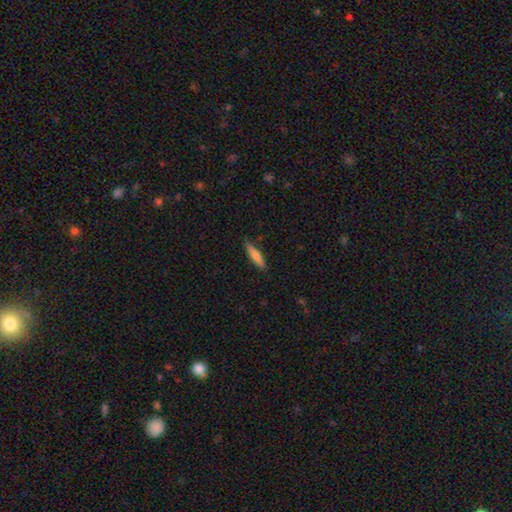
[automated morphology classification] smooth 74%, featured or disk 20%, star or artifact 6%. Down the decision tree: how rounded — cigar-shaped (78%); merging — none (83%).